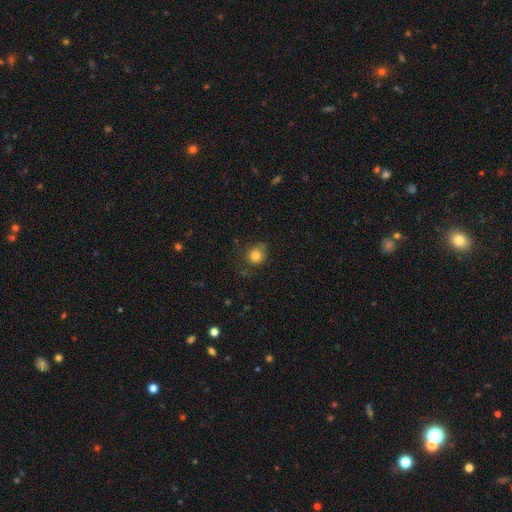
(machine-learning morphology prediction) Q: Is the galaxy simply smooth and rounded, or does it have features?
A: smooth — 80%.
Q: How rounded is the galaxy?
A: round — 85%.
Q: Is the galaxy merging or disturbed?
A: none — 65%.